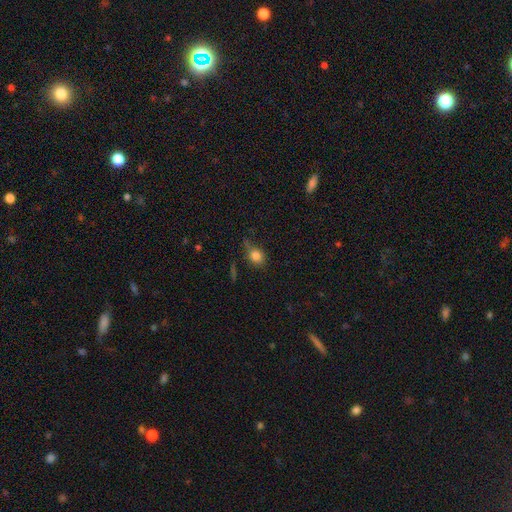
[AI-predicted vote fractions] Smooth or featured: smooth — 81% (star or artifact — 12%)
How rounded: round — 61% (in between — 37%)
Merging: none — 60% (minor disturbance — 27%)